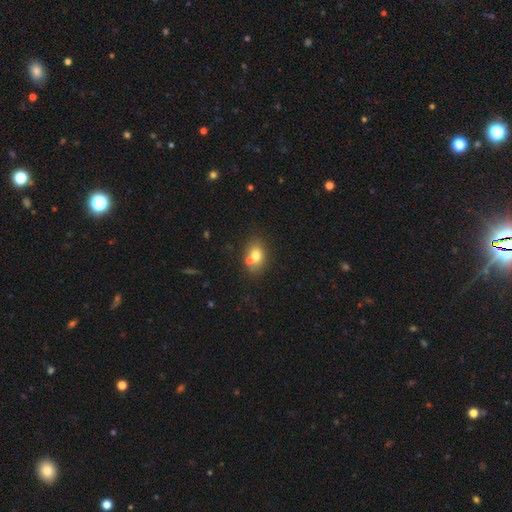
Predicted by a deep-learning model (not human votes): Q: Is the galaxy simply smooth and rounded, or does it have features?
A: smooth — 73%.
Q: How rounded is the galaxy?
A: in between — 70%.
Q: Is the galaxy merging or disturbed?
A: none — 61%.